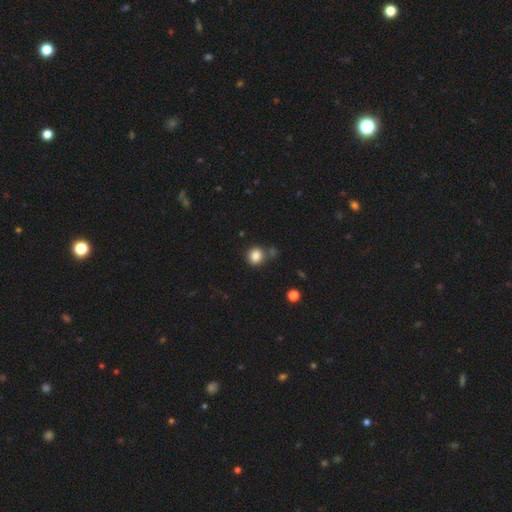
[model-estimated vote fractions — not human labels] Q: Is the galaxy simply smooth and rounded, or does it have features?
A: smooth — 84%.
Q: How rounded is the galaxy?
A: round — 83%.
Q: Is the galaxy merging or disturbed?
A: none — 72%.